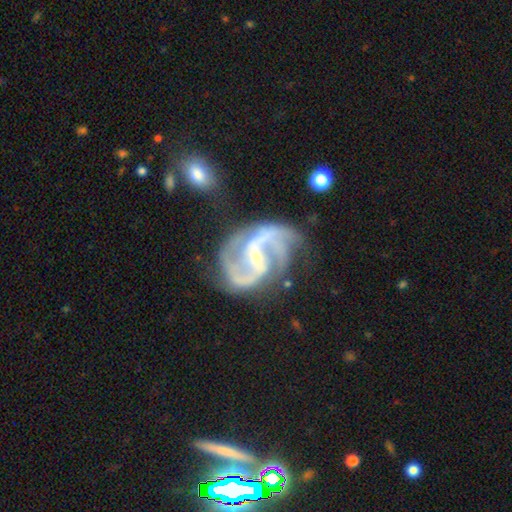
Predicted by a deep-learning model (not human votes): The model was most divided on "bar": strong: 43%, weak: 41%, no: 16%. More confident: edge-on disk — no (98%); spiral arms — yes (98%); smooth or featured — featured or disk (92%); spiral arm count — 2 (74%); bulge size — small (71%); spiral winding — medium (55%); merging — none (55%).